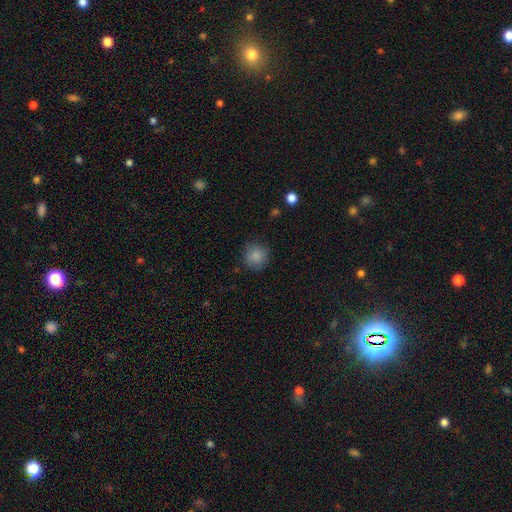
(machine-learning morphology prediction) smooth_or_featured: smooth (p=0.86) [alt: star or artifact p=0.09]
how_rounded: round (p=0.91) [alt: in between p=0.08]
merging: none (p=0.83) [alt: minor disturbance p=0.13]